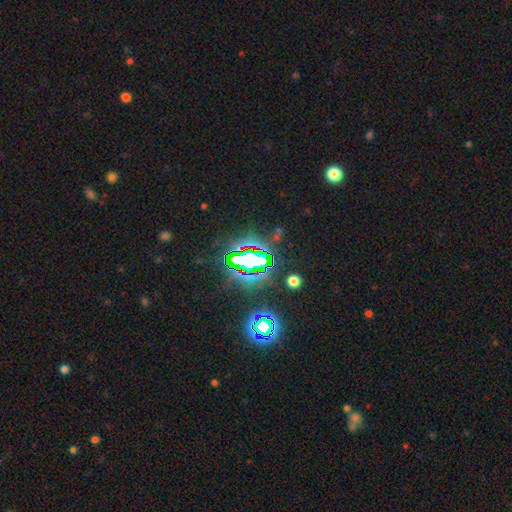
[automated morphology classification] Smooth or featured? star or artifact (80%)